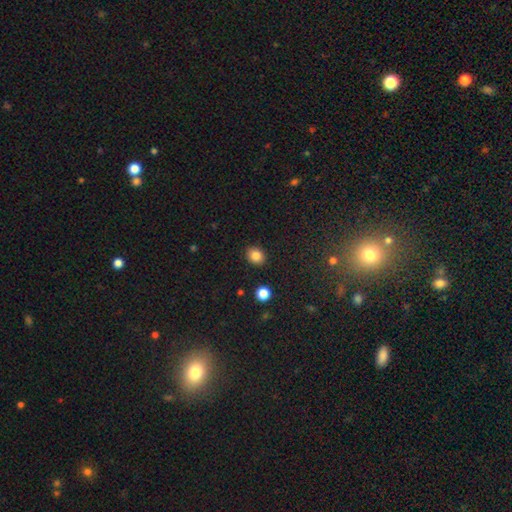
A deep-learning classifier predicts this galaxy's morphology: smooth 84%, star or artifact 10%, featured or disk 6%. Down the decision tree: how rounded — round (54%); merging — none (90%).